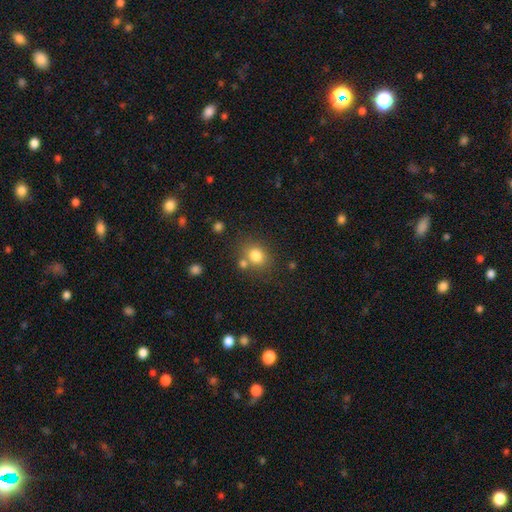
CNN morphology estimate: smooth-or-featured: smooth: 80% | star or artifact: 12% | featured or disk: 8%
  how-rounded: round: 66% | in between: 33% | cigar-shaped: 1%
  merging: none: 66% | merger: 18% | minor disturbance: 12% | major disturbance: 4%